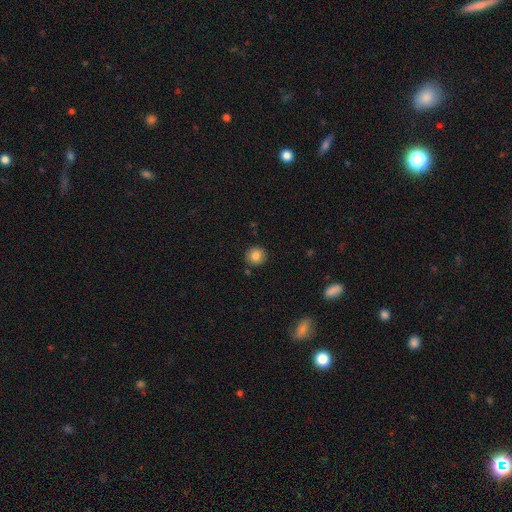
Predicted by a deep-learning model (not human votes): This is clearly a smooth galaxy (84%). How rounded: clearly round (91%). Merging: clearly none (87%).